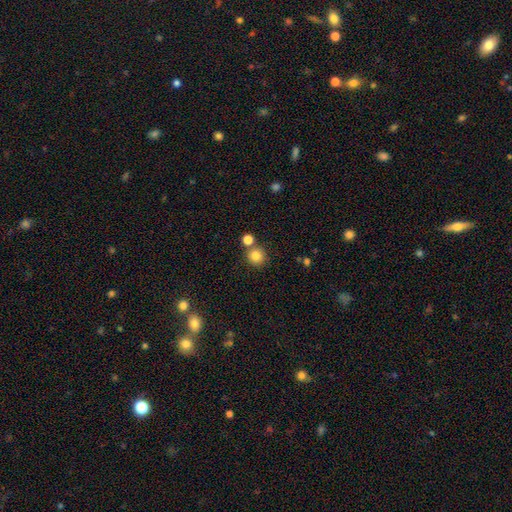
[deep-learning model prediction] Smooth or featured? smooth (82%)
How rounded? round (93%)
Merging? none (74%)